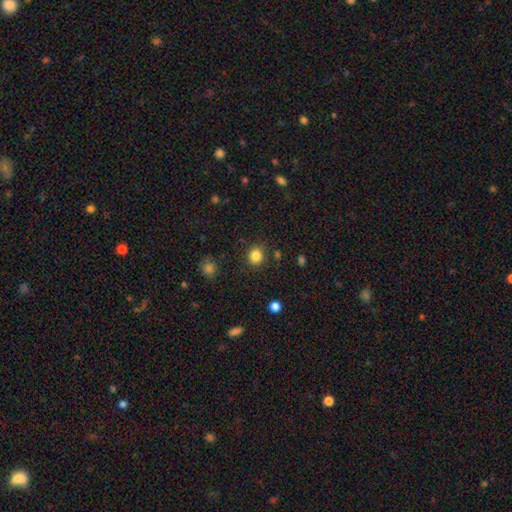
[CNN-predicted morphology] This appears to be a smooth galaxy with no disk features (84%) that is round (80%). Merging: none (86%).